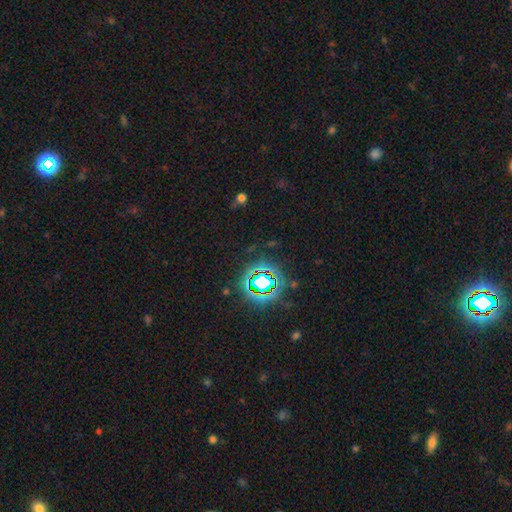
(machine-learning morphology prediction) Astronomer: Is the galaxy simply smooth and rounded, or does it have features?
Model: star or artifact — 79%.